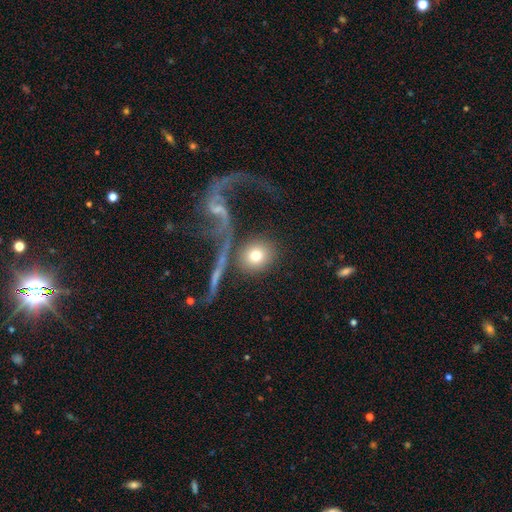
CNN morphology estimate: A smooth galaxy with no disk features (76%) that is round (79%).

Vote fractions:
- Smooth or featured? smooth: 76% / featured or disk: 15% / star or artifact: 9%
- How rounded? round: 79% / in between: 18% / cigar-shaped: 3%
- Merging? none: 68% / merger: 14% / minor disturbance: 10% / major disturbance: 7%